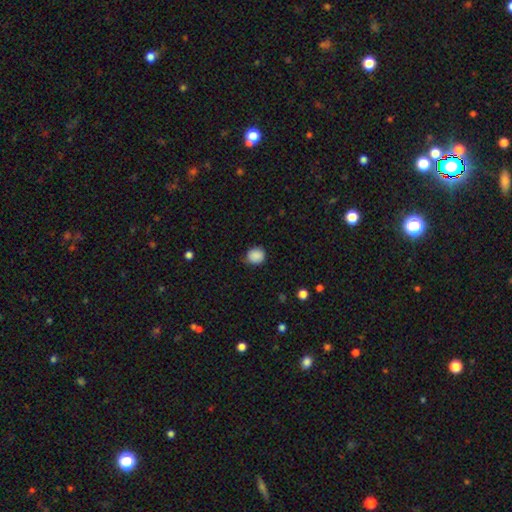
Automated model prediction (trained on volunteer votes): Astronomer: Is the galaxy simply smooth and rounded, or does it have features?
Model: smooth — 87%.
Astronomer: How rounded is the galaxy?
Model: round — 83%.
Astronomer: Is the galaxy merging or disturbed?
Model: none — 74%.